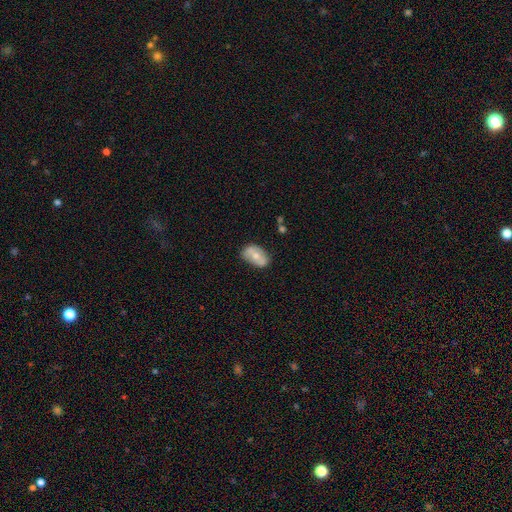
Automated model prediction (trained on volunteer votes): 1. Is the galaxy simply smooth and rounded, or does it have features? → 57% smooth, 37% featured or disk, 7% star or artifact.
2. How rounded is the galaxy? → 89% in between, 9% round, 2% cigar-shaped.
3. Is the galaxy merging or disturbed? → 70% none, 22% minor disturbance, 5% major disturbance, 3% merger.